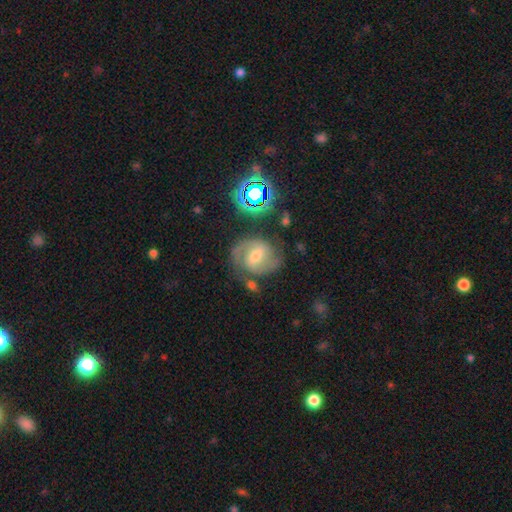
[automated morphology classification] Smooth or featured? featured or disk (77%)
Edge-on disk? no (97%)
Bar? weak (50%)
Spiral arms? yes (95%)
Spiral winding? medium (53%)
Spiral arm count? 2 (87%)
Bulge size? moderate (55%)
Merging? none (72%)